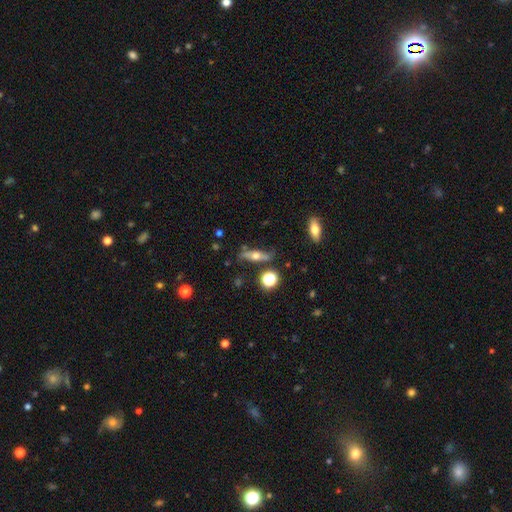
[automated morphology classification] type=featured or disk (51%); edge-on=yes (82%); merging=none (72%).